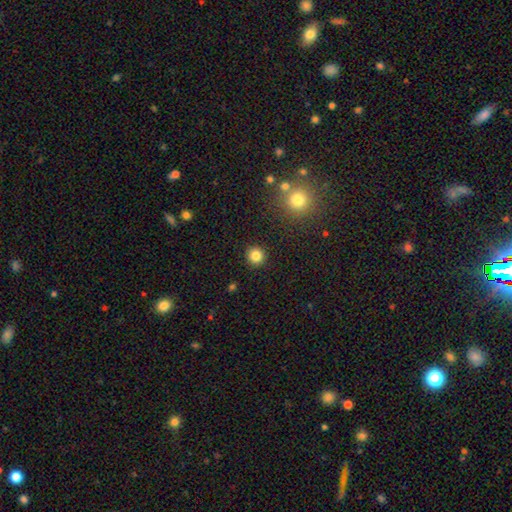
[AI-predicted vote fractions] This is clearly a smooth galaxy (83%). How rounded: clearly round (94%). Merging: clearly none (92%).